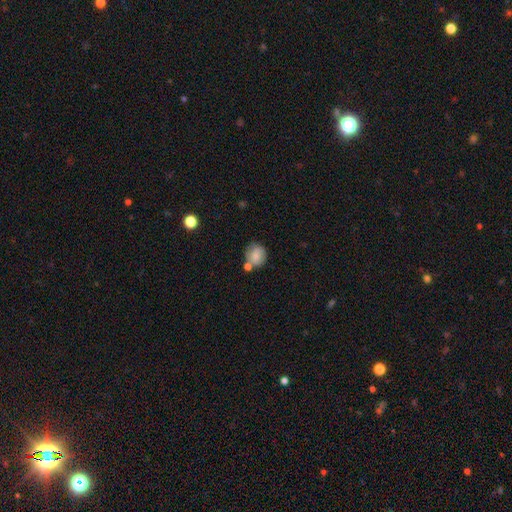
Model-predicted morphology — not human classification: A smooth galaxy with no disk features (76%) that is round (72%). Merging: none (54%).